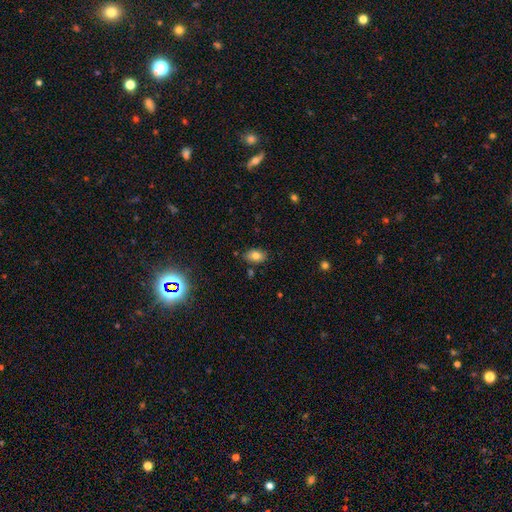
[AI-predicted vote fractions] A smooth galaxy with no disk features (79%) that is in between round and cigar-shaped (86%).

Vote fractions:
- Smooth or featured? smooth: 79% / star or artifact: 11% / featured or disk: 10%
- How rounded? in between: 86% / round: 12% / cigar-shaped: 2%
- Merging? none: 81% / minor disturbance: 13% / merger: 4% / major disturbance: 3%